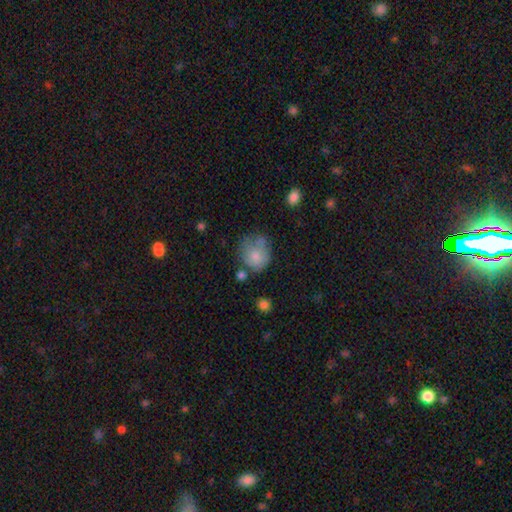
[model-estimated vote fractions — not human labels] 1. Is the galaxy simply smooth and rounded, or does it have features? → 74% smooth, 17% featured or disk, 8% star or artifact.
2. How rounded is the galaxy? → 77% round, 22% in between, 1% cigar-shaped.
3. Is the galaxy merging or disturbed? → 49% none, 27% minor disturbance, 13% major disturbance, 11% merger.